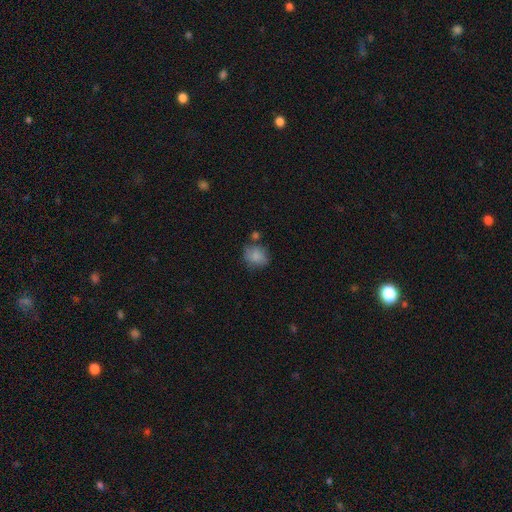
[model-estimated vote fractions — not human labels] smooth-or-featured: smooth: 81% | featured or disk: 10% | star or artifact: 9%
  how-rounded: round: 59% | in between: 40% | cigar-shaped: 1%
  merging: none: 60% | minor disturbance: 23% | merger: 10% | major disturbance: 7%